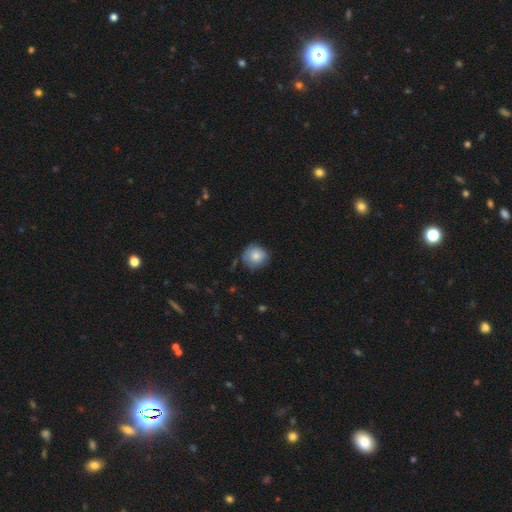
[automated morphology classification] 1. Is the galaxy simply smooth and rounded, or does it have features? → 81% smooth, 11% featured or disk, 8% star or artifact.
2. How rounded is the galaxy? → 91% round, 8% in between, 1% cigar-shaped.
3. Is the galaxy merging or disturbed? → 72% none, 22% minor disturbance, 4% major disturbance, 2% merger.